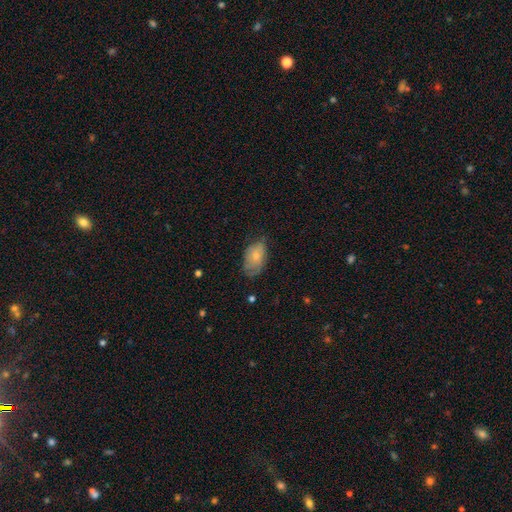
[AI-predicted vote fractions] smooth 61%, featured or disk 31%, star or artifact 7%. Down the decision tree: how rounded — in between (89%); merging — none (53%).